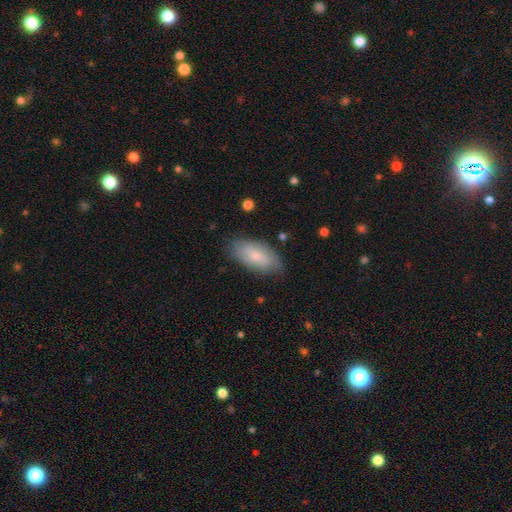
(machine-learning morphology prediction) Overall: smooth (71%). How rounded: in between (89%). Merging: none (76%).